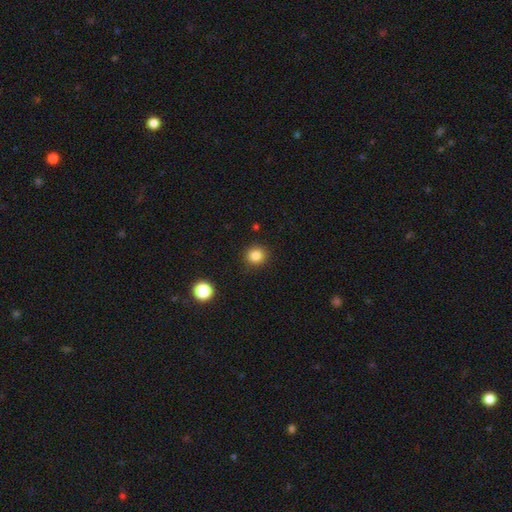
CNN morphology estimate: A smooth galaxy with no disk features (84%) that is round (91%).

Vote fractions:
- Smooth or featured? smooth: 84% / star or artifact: 12% / featured or disk: 5%
- How rounded? round: 91% / in between: 8% / cigar-shaped: 1%
- Merging? none: 90% / minor disturbance: 6% / major disturbance: 2% / merger: 1%